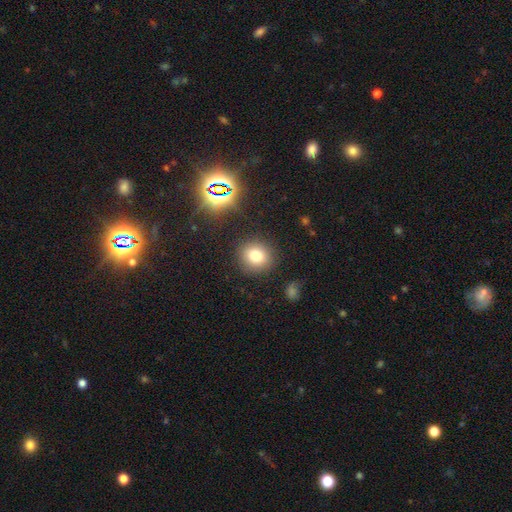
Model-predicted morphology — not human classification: A smooth galaxy with no disk features (76%) that is round (84%). Merging: none (87%).